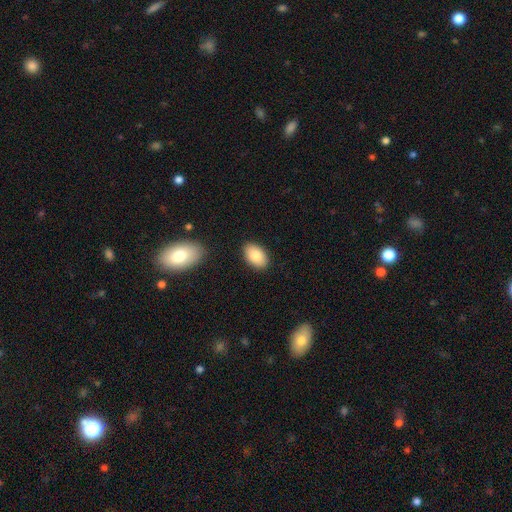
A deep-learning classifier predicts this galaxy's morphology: Smooth or featured?
  - smooth: 84% *
  - featured or disk: 9%
  - star or artifact: 7%
How rounded?
  - in between: 92% *
  - round: 7%
  - cigar-shaped: 1%
Merging?
  - none: 86% *
  - minor disturbance: 10%
  - major disturbance: 2%
  - merger: 2%